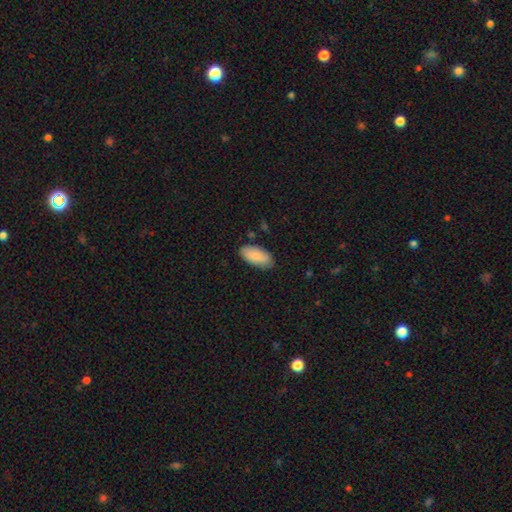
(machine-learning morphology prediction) The model was most divided on "merging": none: 82%, minor disturbance: 13%, major disturbance: 2%, merger: 2%. More confident: how rounded — in between (94%); smooth or featured — smooth (83%).